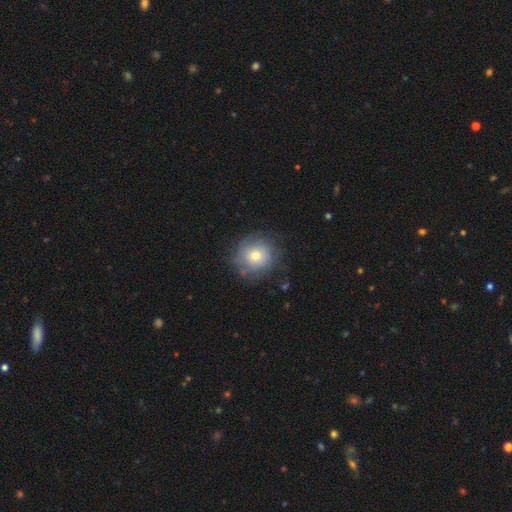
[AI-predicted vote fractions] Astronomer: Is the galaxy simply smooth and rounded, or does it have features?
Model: smooth — 58%.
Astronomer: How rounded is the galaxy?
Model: round — 90%.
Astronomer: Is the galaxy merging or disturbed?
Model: none — 73%.